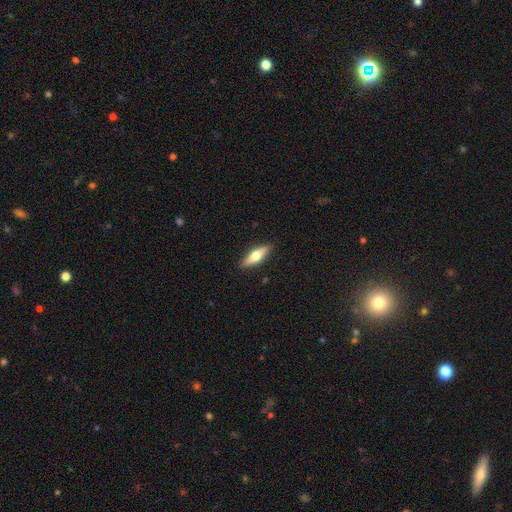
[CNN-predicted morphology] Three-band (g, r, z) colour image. It shows a featured or disk galaxy (50%). Merging: none (89%).